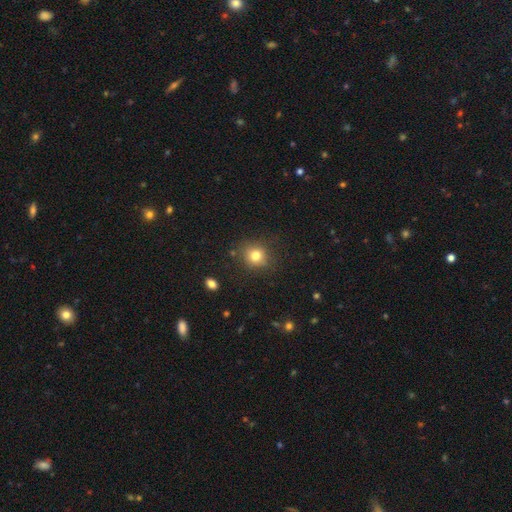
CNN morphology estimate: smooth 79%, star or artifact 13%, featured or disk 9%. Down the decision tree: how rounded — round (81%); merging — none (81%).